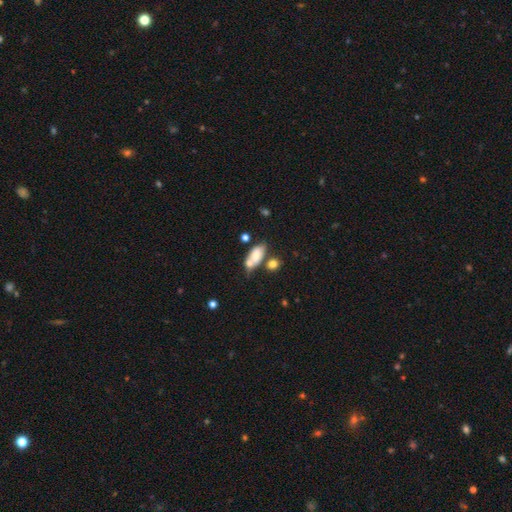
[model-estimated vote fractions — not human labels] Smooth or featured? Predicted: smooth (p=0.67). How rounded? Predicted: in between (p=0.85). Merging? Predicted: none (p=0.38).